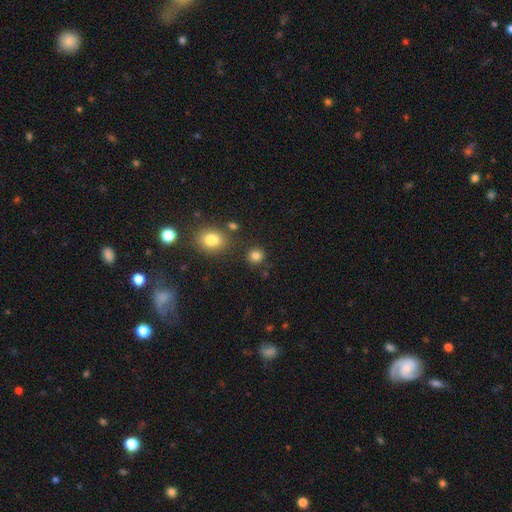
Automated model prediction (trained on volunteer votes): Morphology: type=smooth (82%); roundness=round (89%); merging=none (85%).